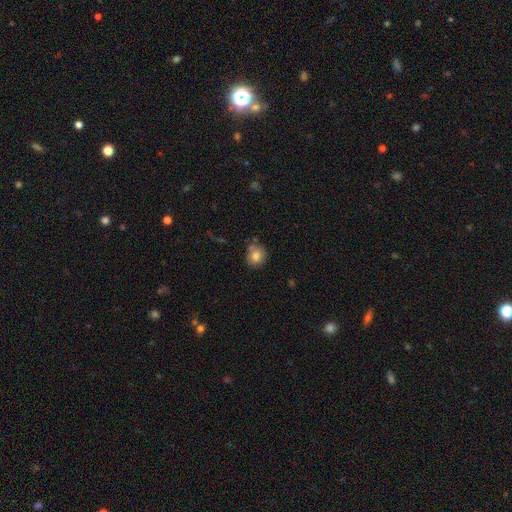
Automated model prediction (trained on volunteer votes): smooth 79%, featured or disk 11%, star or artifact 10%. Down the decision tree: how rounded — round (79%); merging — none (67%).